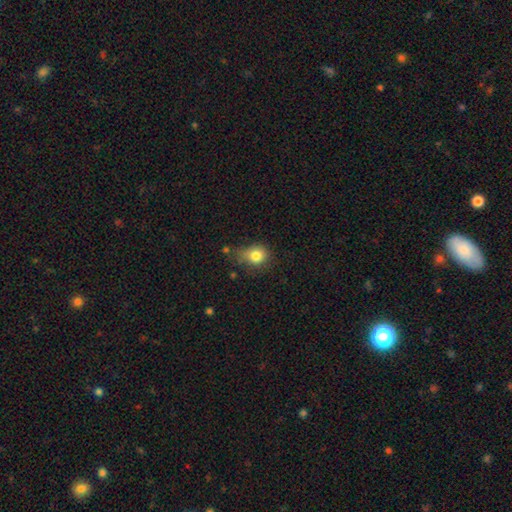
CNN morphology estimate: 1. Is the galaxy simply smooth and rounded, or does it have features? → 81% smooth, 11% star or artifact, 8% featured or disk.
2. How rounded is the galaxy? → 66% round, 33% in between, 1% cigar-shaped.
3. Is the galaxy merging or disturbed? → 51% none, 33% minor disturbance, 11% major disturbance, 5% merger.